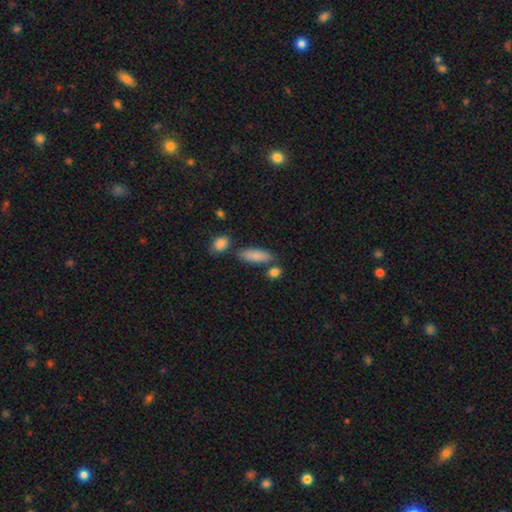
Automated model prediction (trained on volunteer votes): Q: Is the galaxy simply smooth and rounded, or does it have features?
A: smooth — 86%.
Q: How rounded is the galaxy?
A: in between — 65%.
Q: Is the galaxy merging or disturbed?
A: none — 71%.